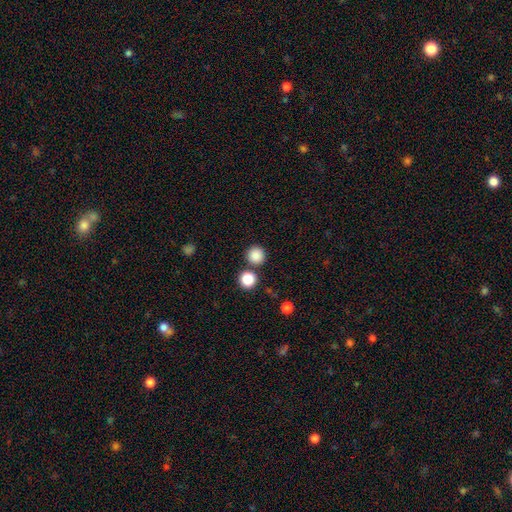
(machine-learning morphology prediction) type=smooth (85%); roundness=round (95%); merging=none (84%).